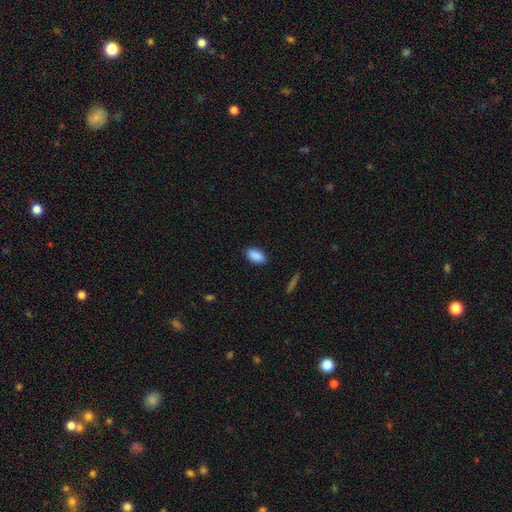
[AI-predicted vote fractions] A smooth galaxy with no disk features (89%) that is in between round and cigar-shaped (92%). Merging: none (86%).